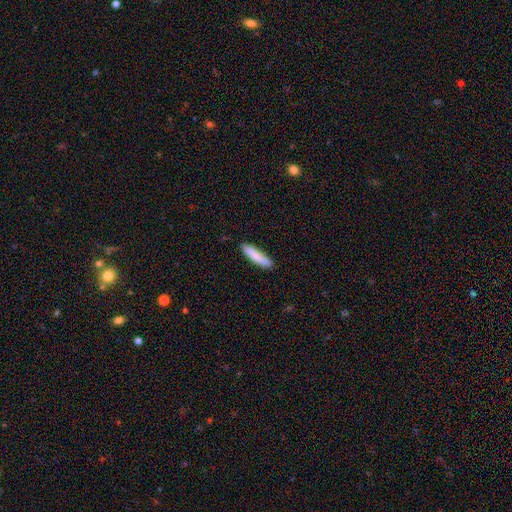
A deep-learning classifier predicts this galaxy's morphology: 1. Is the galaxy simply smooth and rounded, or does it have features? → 85% smooth, 9% featured or disk, 5% star or artifact.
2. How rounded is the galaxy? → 82% cigar-shaped, 17% in between, 1% round.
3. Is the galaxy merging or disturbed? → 88% none, 9% minor disturbance, 2% major disturbance, 1% merger.